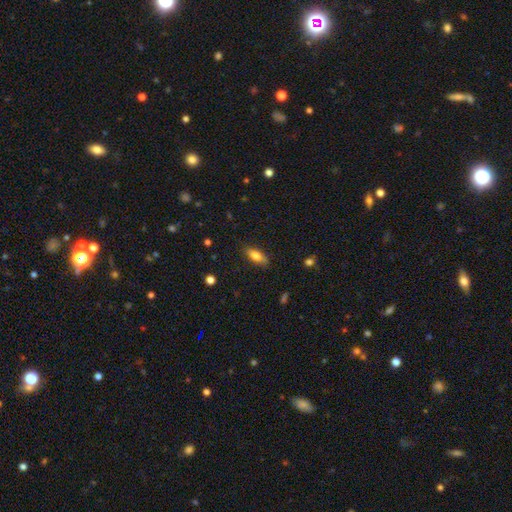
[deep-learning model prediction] This appears to be a smooth galaxy with no disk features (76%) that is in between round and cigar-shaped (76%). Merging: none (84%).